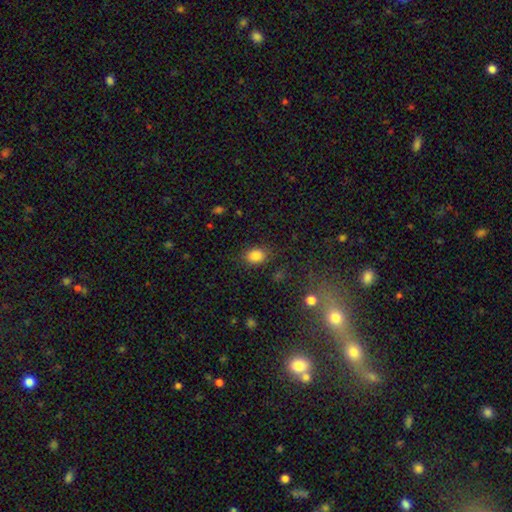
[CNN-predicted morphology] This appears to be a smooth galaxy with no disk features (84%) that is in between round and cigar-shaped (61%). Merging: none (80%).